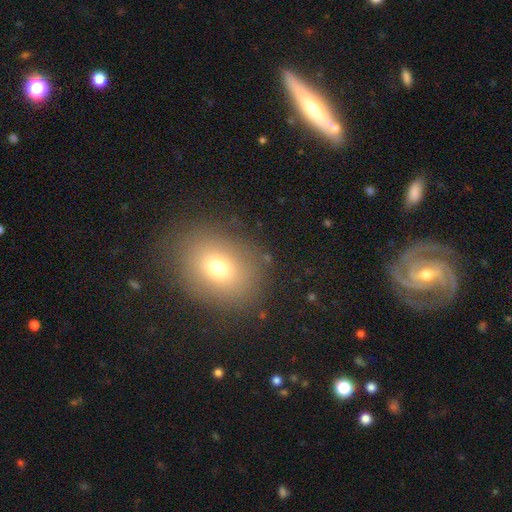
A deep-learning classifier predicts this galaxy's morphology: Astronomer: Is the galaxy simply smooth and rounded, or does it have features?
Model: smooth — 54% (runner-up: featured or disk, 30%).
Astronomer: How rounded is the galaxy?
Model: in between — 53% (runner-up: round, 45%).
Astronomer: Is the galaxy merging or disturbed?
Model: none — 84%.